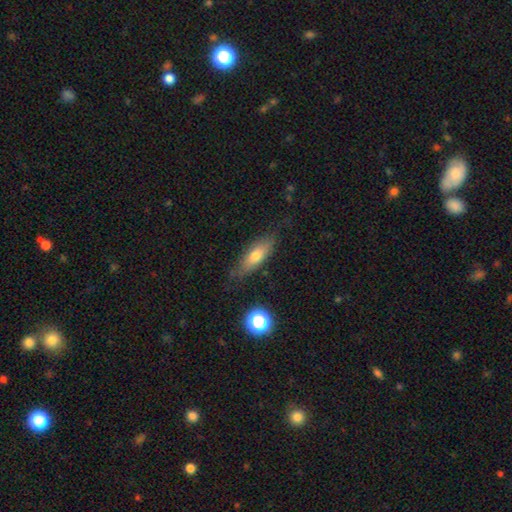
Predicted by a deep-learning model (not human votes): Overall: smooth (63%; featured or disk 28%). How rounded: in between (53%; cigar-shaped 43%). Merging: none (75%).